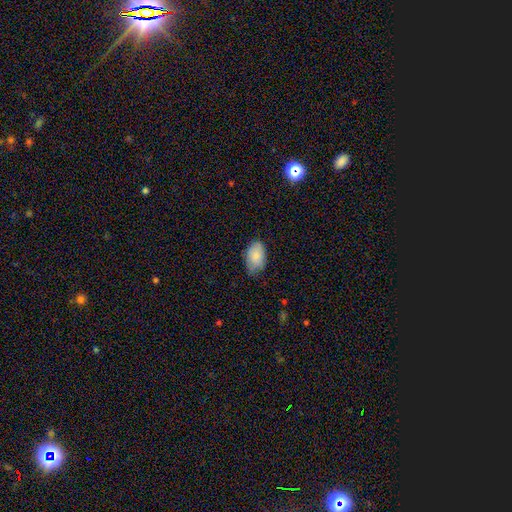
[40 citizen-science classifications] Overall: smooth (80%). How rounded: in between (91%). Merging: none (74%).